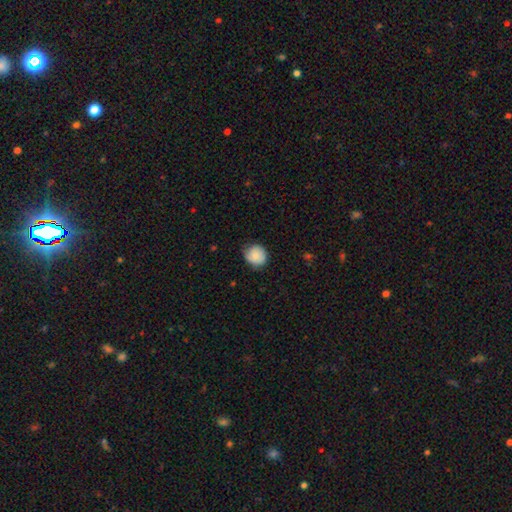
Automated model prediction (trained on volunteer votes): Morphology: type=smooth (84%); roundness=round (81%); merging=none (70%).